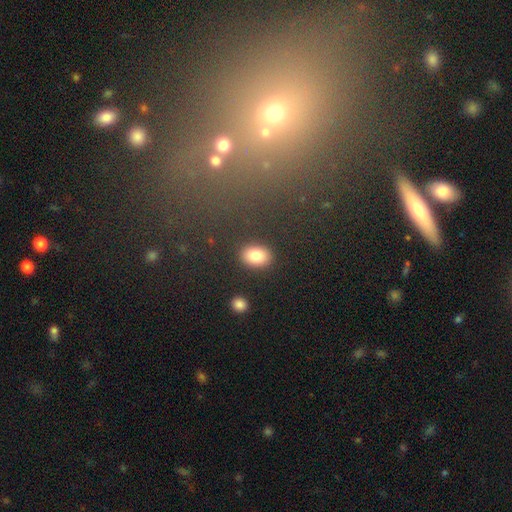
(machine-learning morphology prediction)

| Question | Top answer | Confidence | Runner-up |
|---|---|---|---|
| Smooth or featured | smooth | 84% | star or artifact (9%) |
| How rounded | in between | 76% | round (23%) |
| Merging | none | 86% | minor disturbance (9%) |